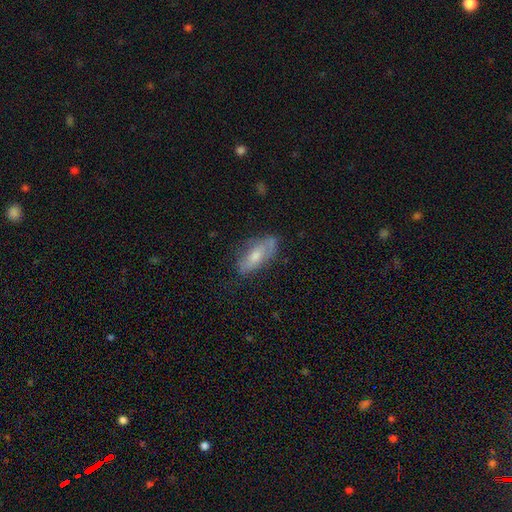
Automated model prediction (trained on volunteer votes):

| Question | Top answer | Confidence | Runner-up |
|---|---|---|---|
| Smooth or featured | smooth | 50% | featured or disk (42%) |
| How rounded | in between | 75% | cigar-shaped (22%) |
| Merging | none | 67% | minor disturbance (24%) |